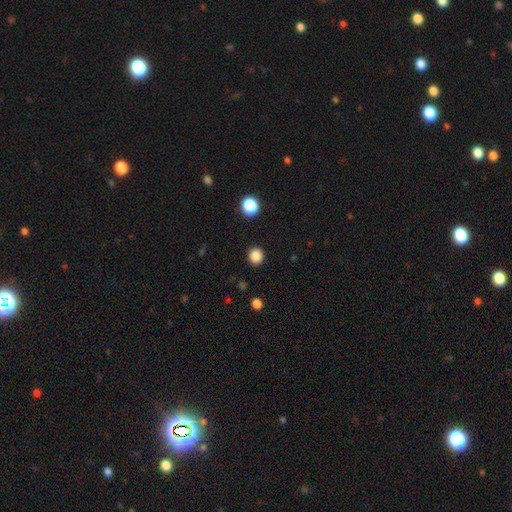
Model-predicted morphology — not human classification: A smooth galaxy with no disk features (86%) that is round (88%).

Vote fractions:
- Smooth or featured? smooth: 86% / star or artifact: 11% / featured or disk: 3%
- How rounded? round: 88% / in between: 11% / cigar-shaped: 1%
- Merging? none: 90% / minor disturbance: 6% / major disturbance: 2% / merger: 1%